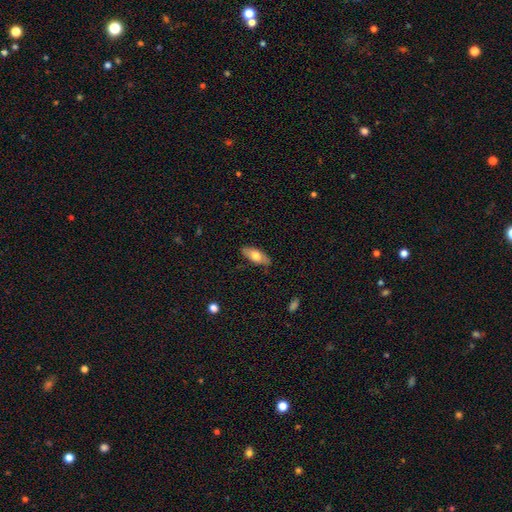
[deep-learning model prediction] Smooth or featured? smooth (64%)
How rounded? in between (76%)
Merging? none (85%)